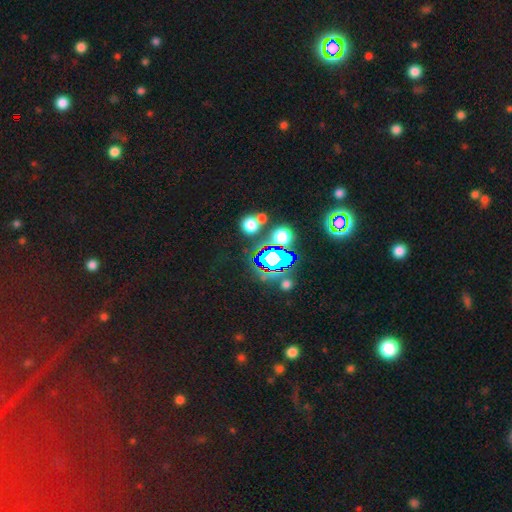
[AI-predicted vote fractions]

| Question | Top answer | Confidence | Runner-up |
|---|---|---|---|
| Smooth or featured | star or artifact | 80% | smooth (11%) |